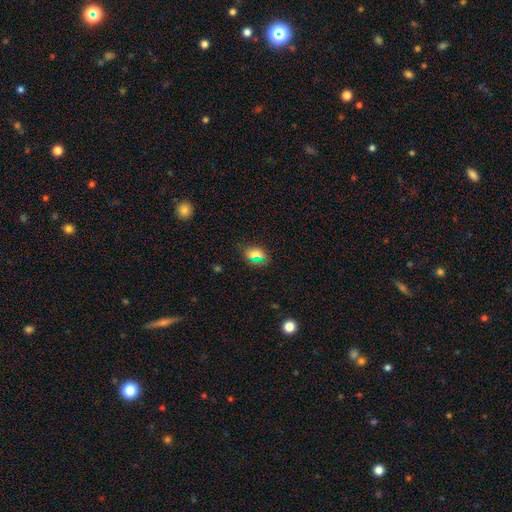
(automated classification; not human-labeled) A smooth galaxy with no disk features (66%) that is in between round and cigar-shaped (64%). Merging: none (80%).